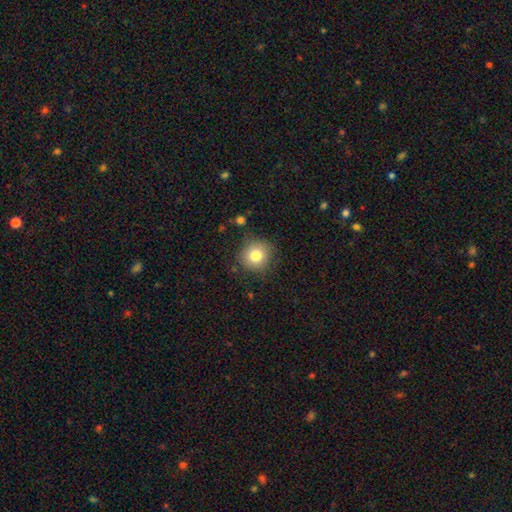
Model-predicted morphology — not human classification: A smooth galaxy with no disk features (80%) that is round (89%). Merging: none (83%).